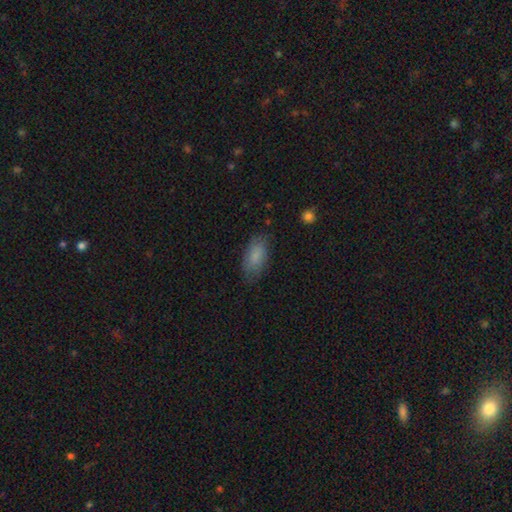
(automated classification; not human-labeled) A smooth galaxy with no disk features (84%) that is in between round and cigar-shaped (90%). Merging: none (75%).